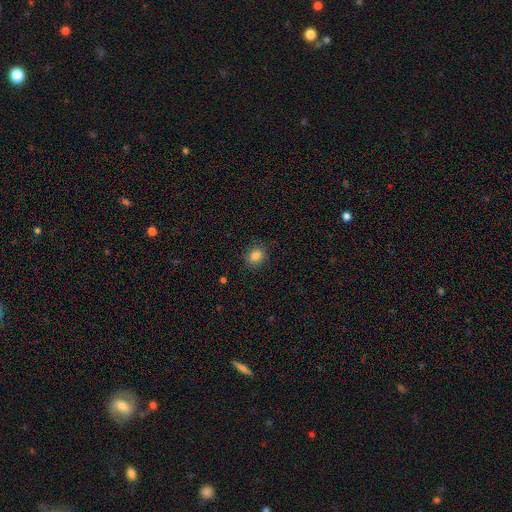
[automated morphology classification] smooth_or_featured: smooth (p=0.84) [alt: star or artifact p=0.11]
how_rounded: round (p=0.64) [alt: in between p=0.35]
merging: none (p=0.87) [alt: minor disturbance p=0.10]